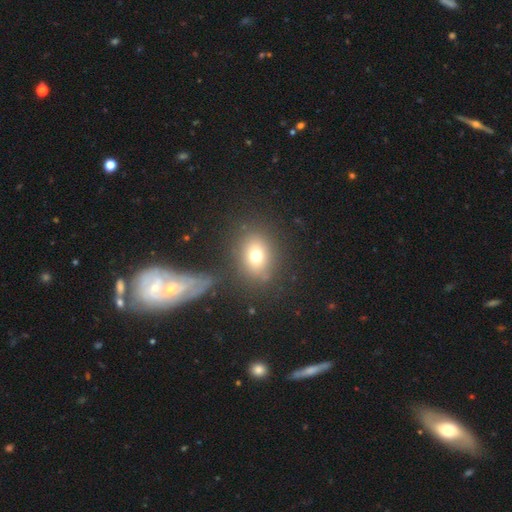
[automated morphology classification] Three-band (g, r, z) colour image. It shows a smooth galaxy with no disk features (72%) that is round (53%). Merging: none (76%).